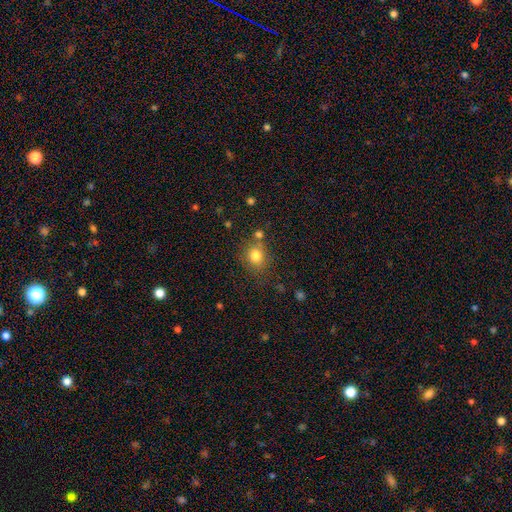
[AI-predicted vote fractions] smooth 79%, star or artifact 12%, featured or disk 9%. Down the decision tree: how rounded — round (72%); merging — none (69%).